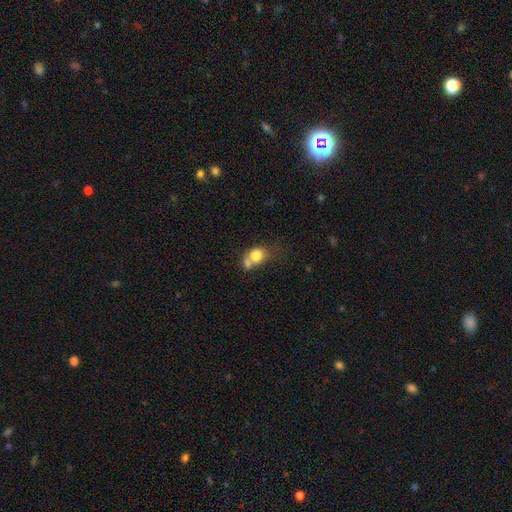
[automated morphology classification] smooth_or_featured: smooth (p=0.76) [alt: featured or disk p=0.14]
how_rounded: round (p=0.60) [alt: in between p=0.38]
merging: merger (p=0.54) [alt: none p=0.29]